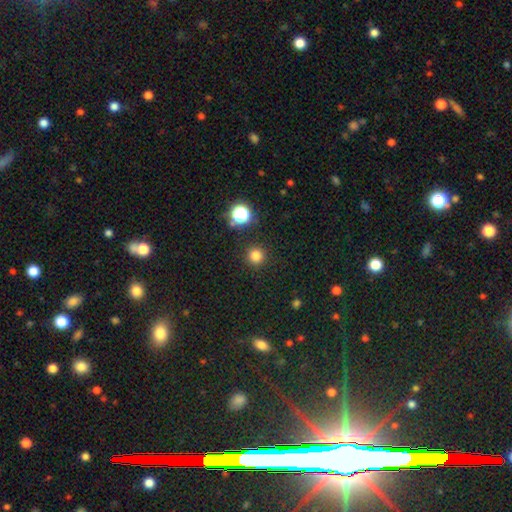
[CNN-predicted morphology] A smooth galaxy with no disk features (80%) that is round (95%).

Vote fractions:
- Smooth or featured? smooth: 80% / star or artifact: 16% / featured or disk: 4%
- How rounded? round: 95% / in between: 4% / cigar-shaped: 1%
- Merging? none: 91% / minor disturbance: 5% / major disturbance: 2% / merger: 2%